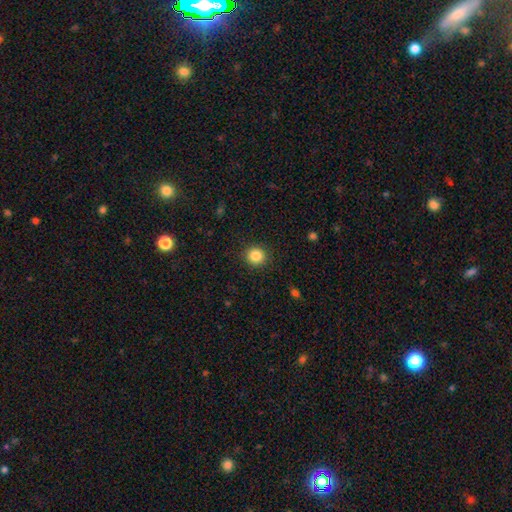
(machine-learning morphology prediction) A smooth galaxy with no disk features (85%) that is round (92%). Merging: none (91%).